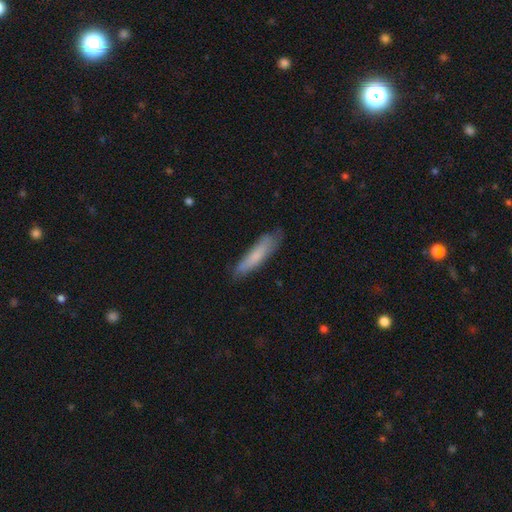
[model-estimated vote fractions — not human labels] Smooth or featured? Predicted: smooth (p=0.74). How rounded? Predicted: cigar-shaped (p=0.85). Merging? Predicted: none (p=0.77).